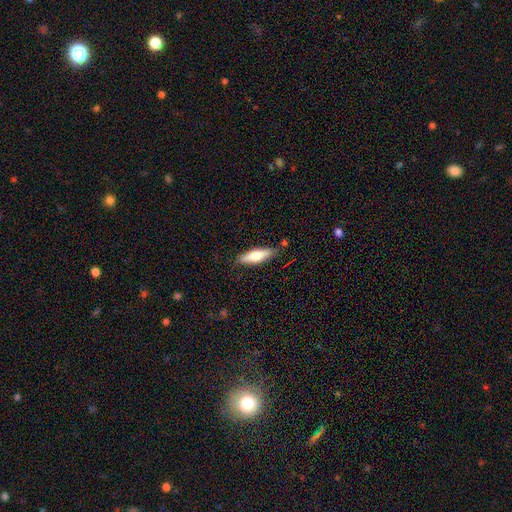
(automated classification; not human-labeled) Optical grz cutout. It shows a smooth galaxy with no disk features (65%) that is cigar-shaped (57%). Merging: none (80%).